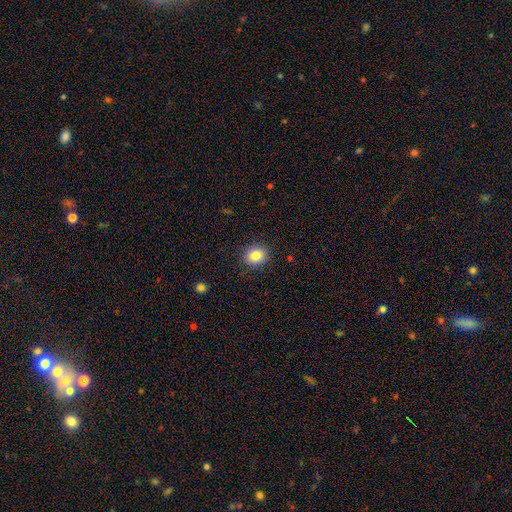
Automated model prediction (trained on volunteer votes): smooth 84%, star or artifact 9%, featured or disk 6%. Down the decision tree: how rounded — round (62%); merging — none (89%).